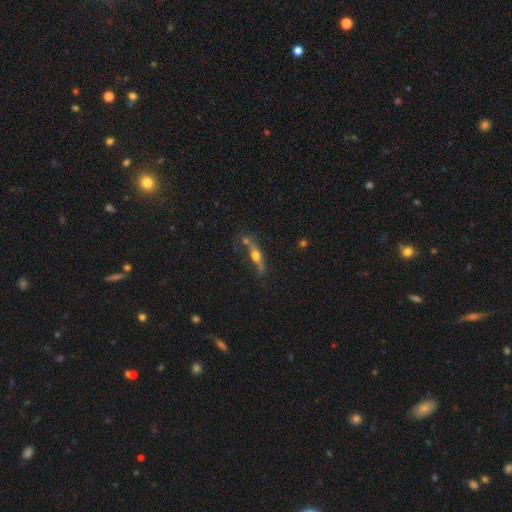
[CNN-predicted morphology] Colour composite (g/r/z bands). It shows a featured or disk galaxy (62%) viewed edge-on (88%) with a rounded central bulge (93%). Merging: none (57%).